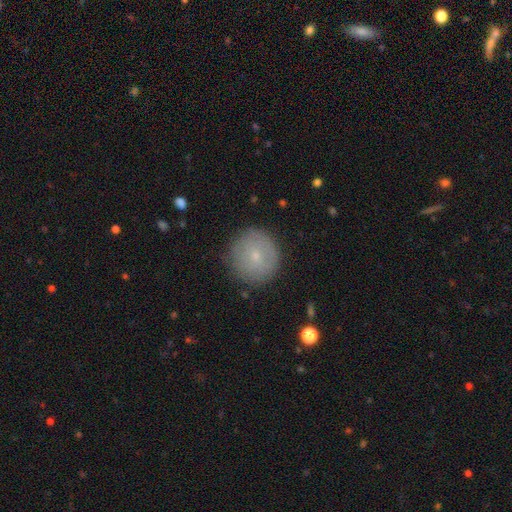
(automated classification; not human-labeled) Smooth or featured? Predicted: smooth (p=0.70). How rounded? Predicted: round (p=0.94). Merging? Predicted: none (p=0.87).